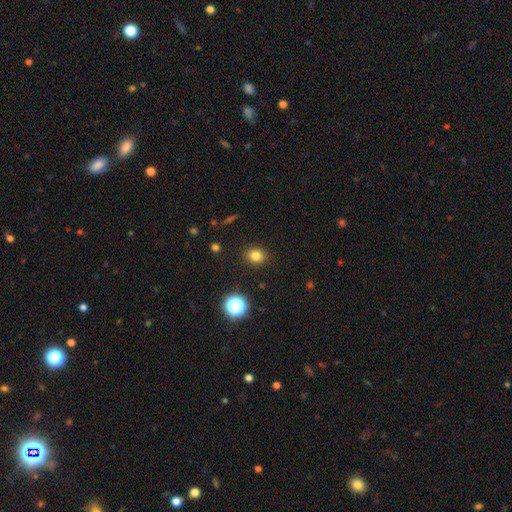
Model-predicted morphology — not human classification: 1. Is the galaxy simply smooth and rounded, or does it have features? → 80% smooth, 14% star or artifact, 6% featured or disk.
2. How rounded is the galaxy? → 73% round, 26% in between, 1% cigar-shaped.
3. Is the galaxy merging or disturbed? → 90% none, 7% minor disturbance, 2% major disturbance, 1% merger.